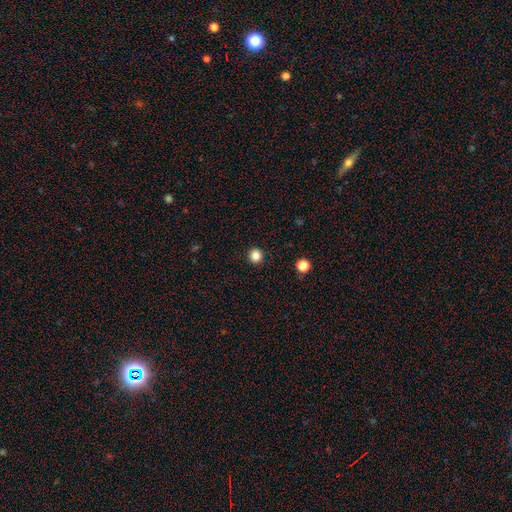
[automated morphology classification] Smooth or featured? smooth (84%)
How rounded? round (96%)
Merging? none (94%)